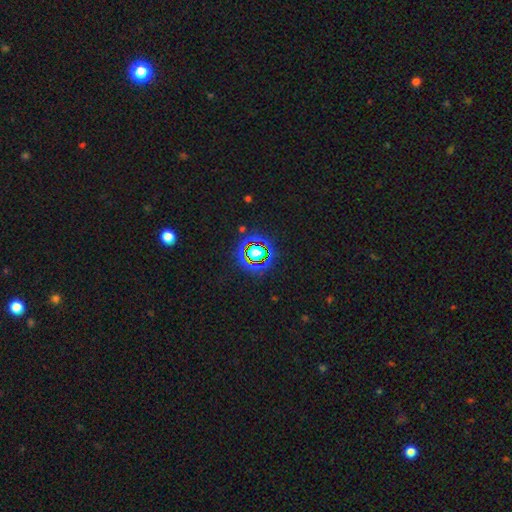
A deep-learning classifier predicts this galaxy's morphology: Smooth or featured: star or artifact — 70% (smooth — 19%)